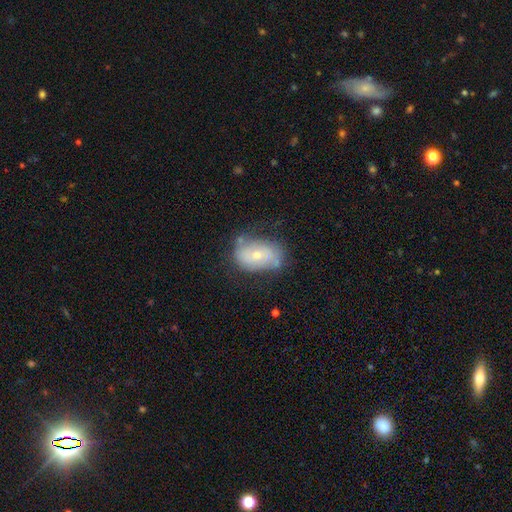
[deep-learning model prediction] Q: Smooth or featured?
A: featured or disk (47%); runner-up: smooth (45%)
Q: Merging?
A: none (56%); runner-up: minor disturbance (27%)